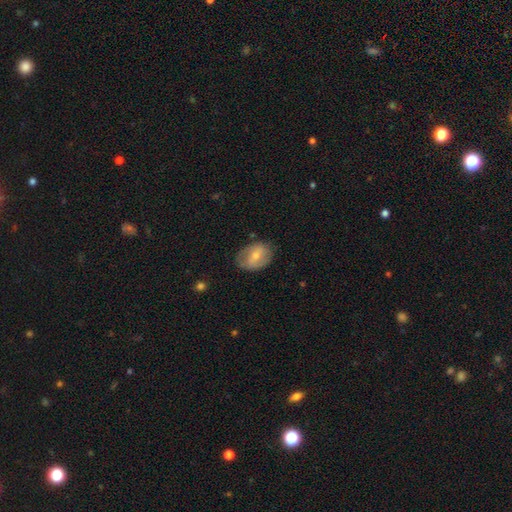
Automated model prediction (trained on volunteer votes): Smooth or featured? smooth (48%)
Merging? none (71%)